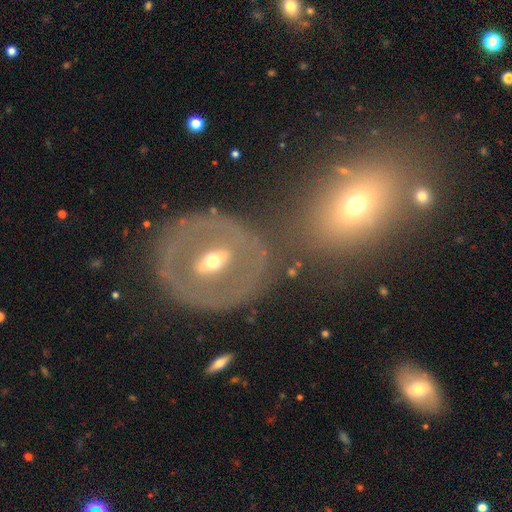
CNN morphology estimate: A featured or disk galaxy (66%) with a weak bar (36%), no spiral arms (67%) and a moderate central bulge (62%). Merging: none (72%).